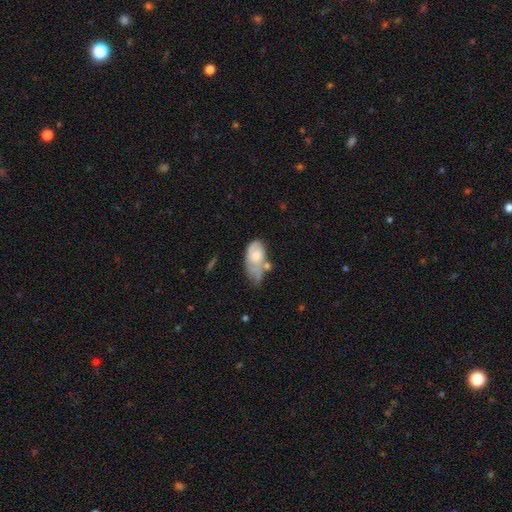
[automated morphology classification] Smooth or featured: smooth — 56% (featured or disk — 38%)
How rounded: in between — 90% (round — 6%)
Merging: minor disturbance — 33% (major disturbance — 24%)